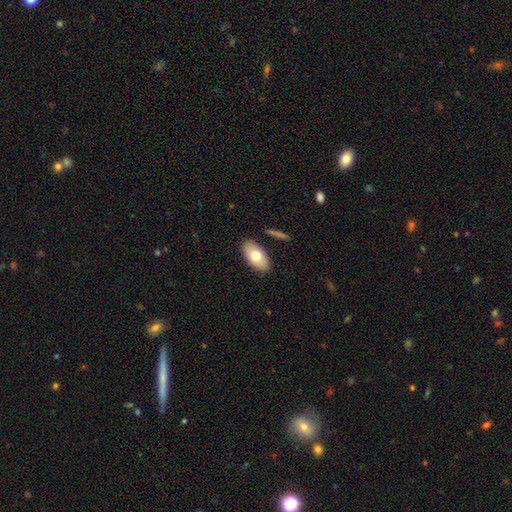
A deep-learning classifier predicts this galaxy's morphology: smooth_or_featured: smooth (p=0.71) [alt: featured or disk p=0.23]
how_rounded: in between (p=0.94) [alt: round p=0.04]
merging: none (p=0.87) [alt: minor disturbance p=0.09]